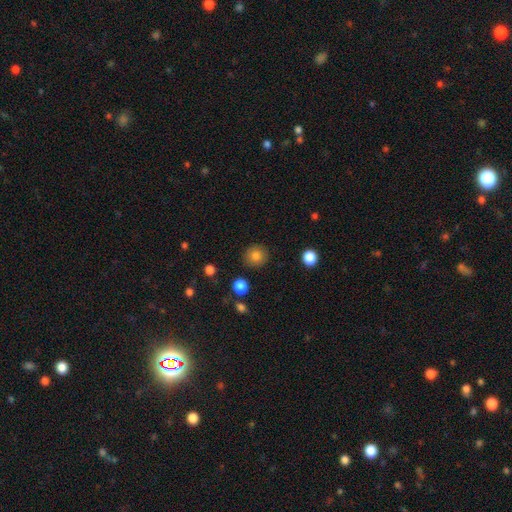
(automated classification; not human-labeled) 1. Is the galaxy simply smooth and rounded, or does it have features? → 82% smooth, 10% star or artifact, 7% featured or disk.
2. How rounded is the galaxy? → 91% round, 8% in between, 1% cigar-shaped.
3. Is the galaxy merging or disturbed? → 89% none, 7% minor disturbance, 2% major disturbance, 2% merger.